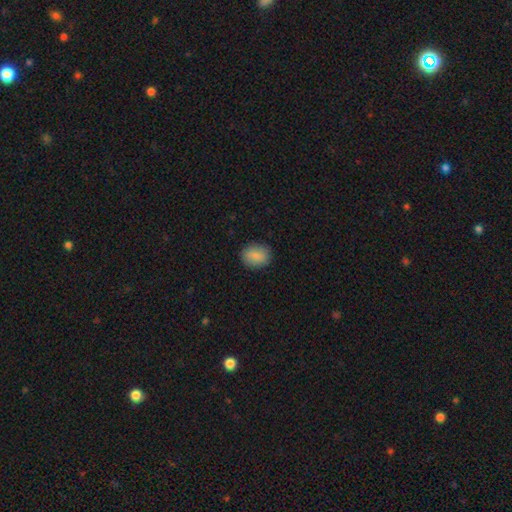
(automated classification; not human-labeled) smooth 86%, star or artifact 7%, featured or disk 7%. Down the decision tree: how rounded — in between (56%); merging — none (86%).